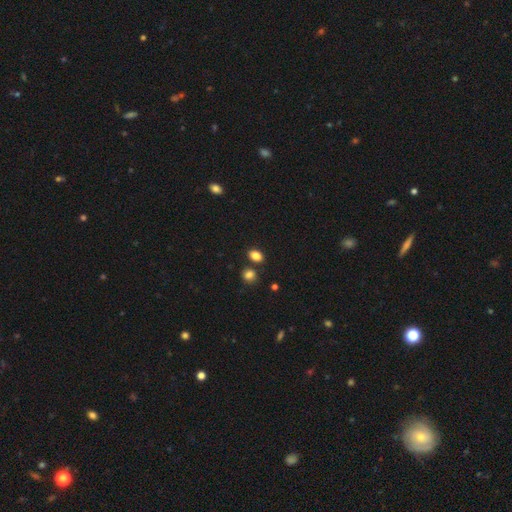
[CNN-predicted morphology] This appears to be a smooth galaxy with no disk features (85%) that is in between round and cigar-shaped (73%). Merging: none (75%).